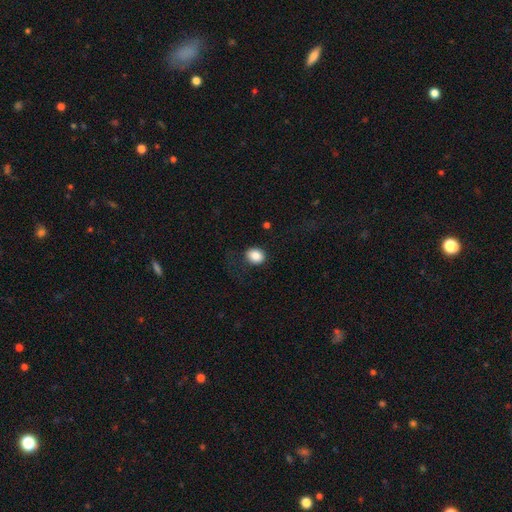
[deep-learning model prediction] The model was most divided on "how rounded": round: 58%, in between: 41%, cigar-shaped: 1%. More confident: smooth or featured — smooth (85%); merging — none (77%).